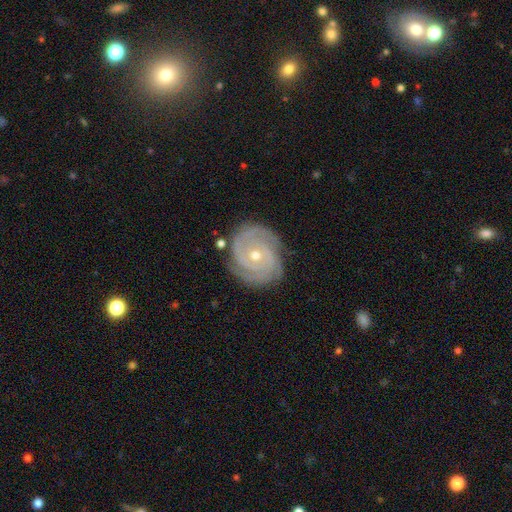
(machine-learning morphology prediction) type=featured or disk (90%); edge-on=no (98%); bar=no (73%); spiral arms=yes (98%); winding=tight (82%); arm count=3 (36%); bulge=small (54%); merging=none (82%).